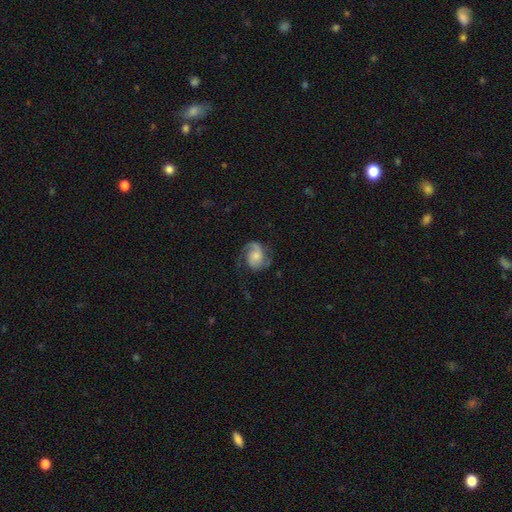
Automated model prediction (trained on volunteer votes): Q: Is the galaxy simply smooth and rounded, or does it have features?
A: featured or disk — 77%.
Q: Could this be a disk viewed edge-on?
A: no — 98%.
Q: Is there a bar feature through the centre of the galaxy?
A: no — 67%.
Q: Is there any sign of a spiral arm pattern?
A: yes — 96%.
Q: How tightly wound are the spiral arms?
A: medium — 49%.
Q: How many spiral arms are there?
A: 2 — 80%.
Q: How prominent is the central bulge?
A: small — 40%.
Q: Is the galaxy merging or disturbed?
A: none — 66%.